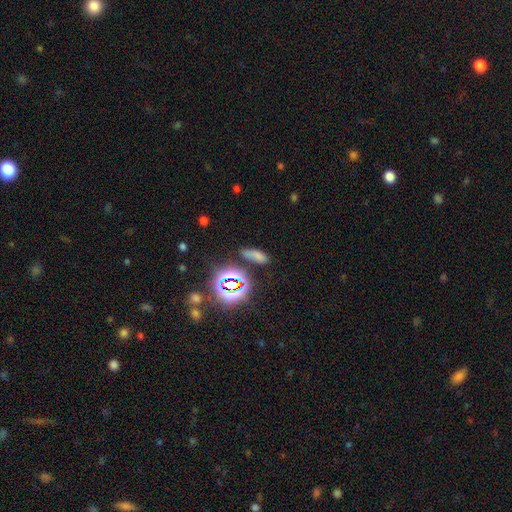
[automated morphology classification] Smooth or featured?
  - smooth: 60% *
  - star or artifact: 31%
  - featured or disk: 10%
How rounded?
  - in between: 54% *
  - cigar-shaped: 38%
  - round: 8%
Merging?
  - none: 67% *
  - minor disturbance: 17%
  - merger: 8%
  - major disturbance: 7%